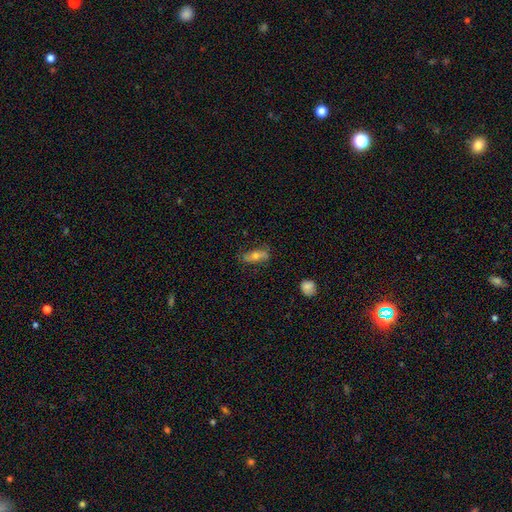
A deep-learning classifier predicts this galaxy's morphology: Smooth or featured?
  - smooth: 46% *
  - featured or disk: 45%
  - star or artifact: 9%
Merging?
  - none: 74% *
  - minor disturbance: 19%
  - major disturbance: 6%
  - merger: 2%